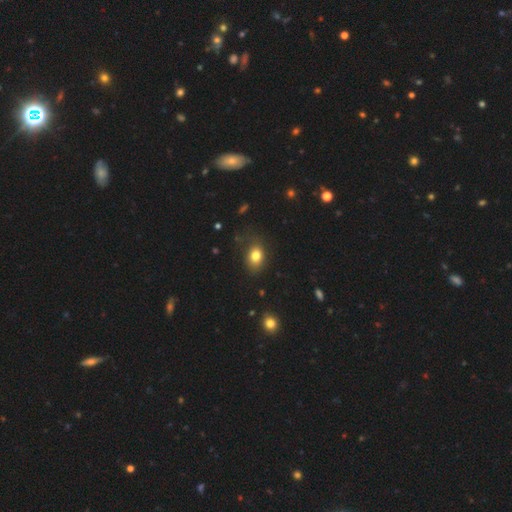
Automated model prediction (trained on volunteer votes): smooth_or_featured: smooth (p=0.79) [alt: star or artifact p=0.11]
how_rounded: in between (p=0.69) [alt: round p=0.29]
merging: none (p=0.72) [alt: minor disturbance p=0.19]